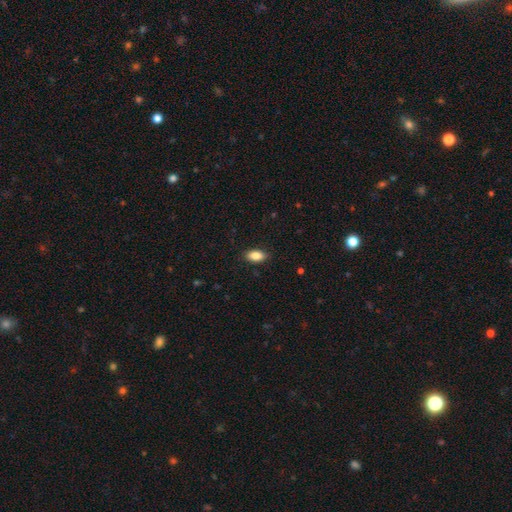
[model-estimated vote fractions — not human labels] Overall: smooth (86%). How rounded: in between (91%). Merging: none (88%).